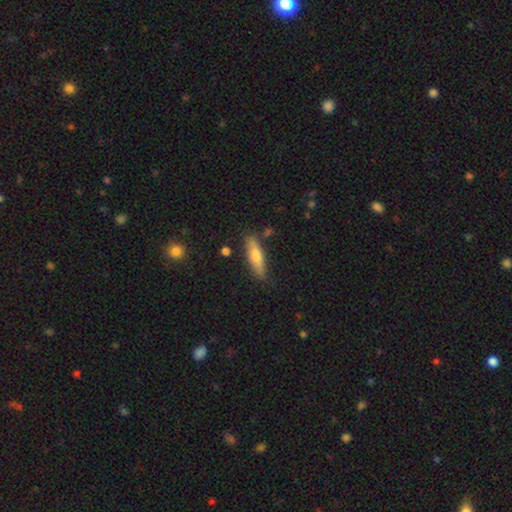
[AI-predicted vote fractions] Smooth or featured? Predicted: smooth (p=0.67). How rounded? Predicted: cigar-shaped (p=0.68). Merging? Predicted: none (p=0.80).